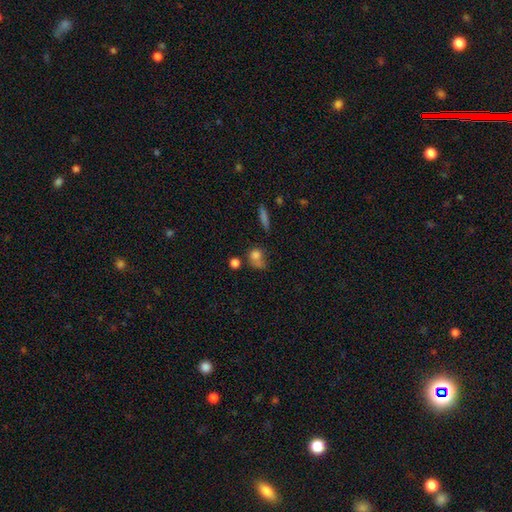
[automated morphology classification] type=smooth (74%); roundness=round (63%); merging=none (38%).